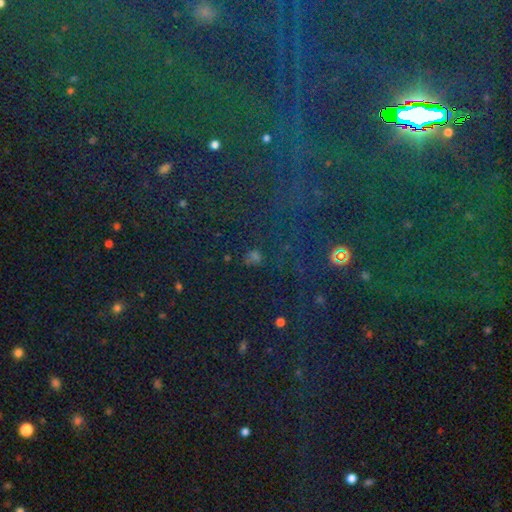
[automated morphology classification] This appears to be a star or artifact, not a galaxy (61%).